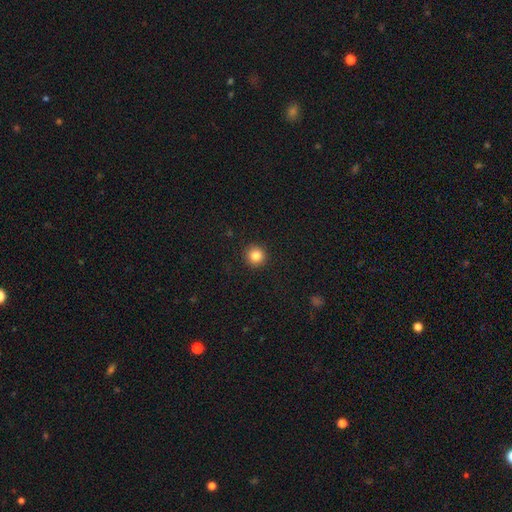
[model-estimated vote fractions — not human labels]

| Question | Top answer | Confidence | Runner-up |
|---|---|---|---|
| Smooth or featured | smooth | 84% | star or artifact (11%) |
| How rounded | round | 95% | in between (4%) |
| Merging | none | 93% | minor disturbance (5%) |